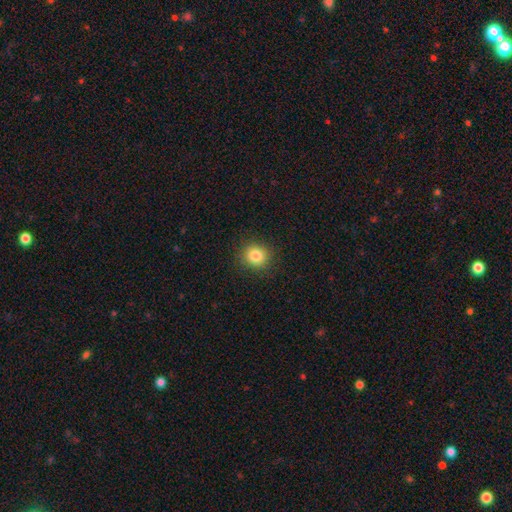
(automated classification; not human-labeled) A smooth galaxy with no disk features (84%) that is round (88%). Merging: none (90%).